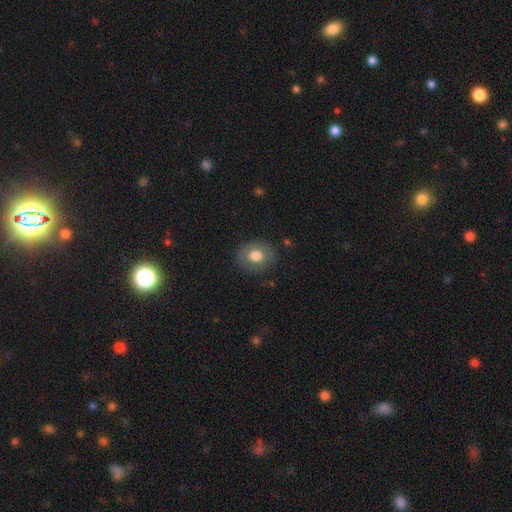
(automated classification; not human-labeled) A smooth galaxy with no disk features (67%) that is round (62%). Merging: none (82%).